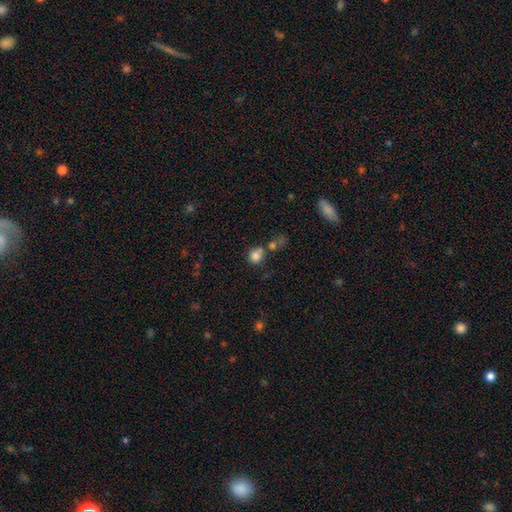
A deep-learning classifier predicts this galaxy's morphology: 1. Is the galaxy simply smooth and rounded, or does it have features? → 81% smooth, 12% star or artifact, 8% featured or disk.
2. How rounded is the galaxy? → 85% round, 14% in between, 1% cigar-shaped.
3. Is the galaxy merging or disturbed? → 54% none, 28% merger, 13% minor disturbance, 6% major disturbance.